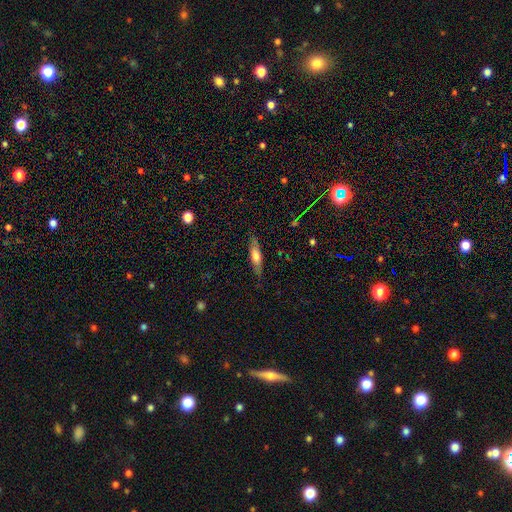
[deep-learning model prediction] smooth 53%, featured or disk 41%, star or artifact 7%. Down the decision tree: how rounded — cigar-shaped (72%); merging — none (82%).